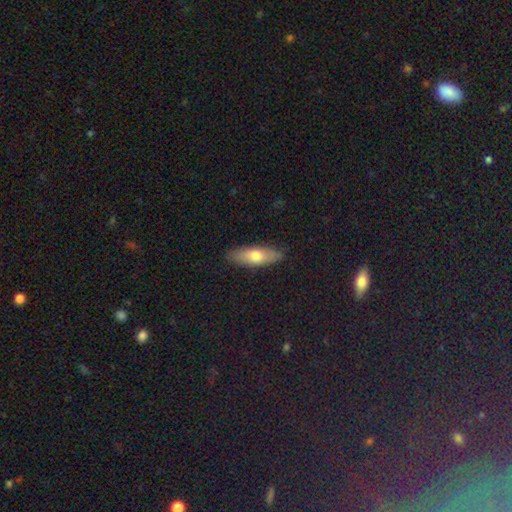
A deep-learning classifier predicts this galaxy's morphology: Smooth or featured?
  - smooth: 67% *
  - featured or disk: 27%
  - star or artifact: 6%
How rounded?
  - in between: 57% *
  - cigar-shaped: 41%
  - round: 3%
Merging?
  - none: 86% *
  - minor disturbance: 10%
  - major disturbance: 2%
  - merger: 1%